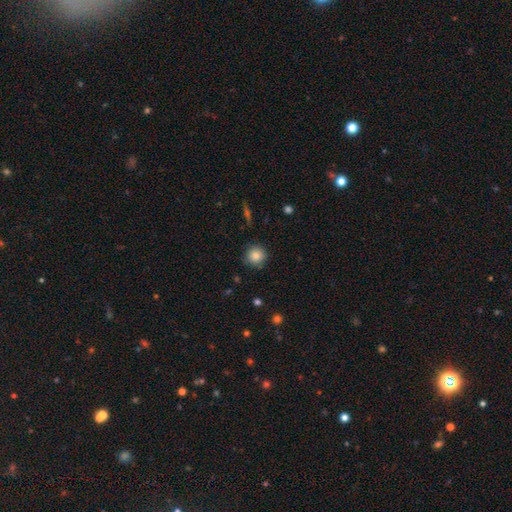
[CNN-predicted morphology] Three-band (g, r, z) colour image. It shows a smooth galaxy with no disk features (84%) that is round (93%). Merging: none (87%).